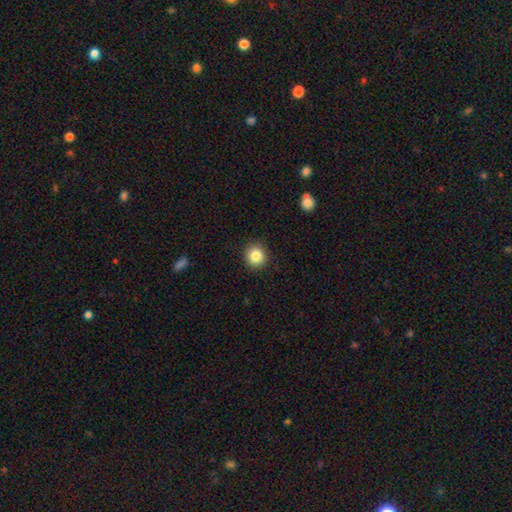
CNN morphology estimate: Q: Smooth or featured?
A: smooth (85%); runner-up: star or artifact (10%)
Q: How rounded?
A: round (91%); runner-up: in between (8%)
Q: Merging?
A: none (91%); runner-up: minor disturbance (6%)